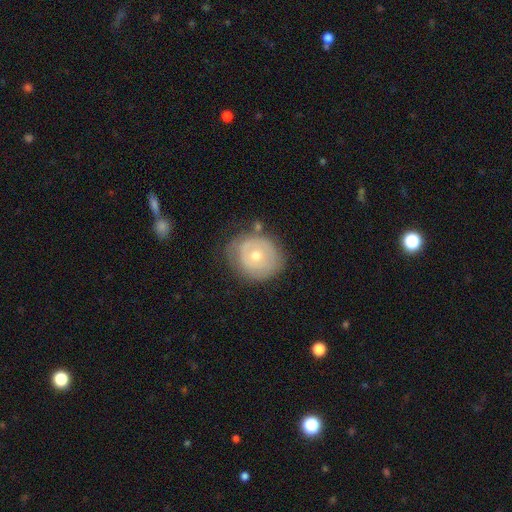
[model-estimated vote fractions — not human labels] Smooth or featured? Predicted: featured or disk (p=0.51). Edge-on disk? Predicted: no (p=0.96). Merging? Predicted: none (p=0.66).